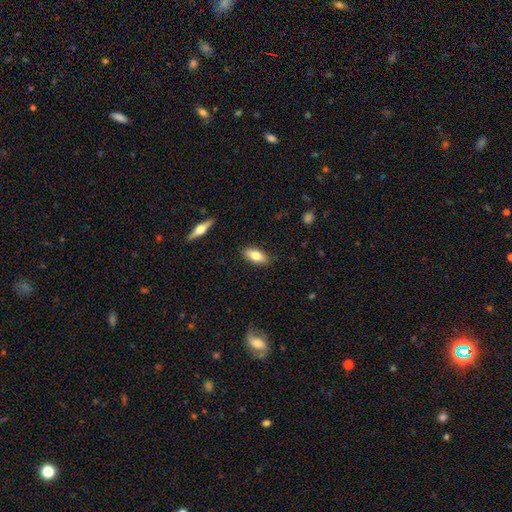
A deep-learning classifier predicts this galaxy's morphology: A smooth galaxy with no disk features (74%) that is in between round and cigar-shaped (80%). Merging: none (86%).